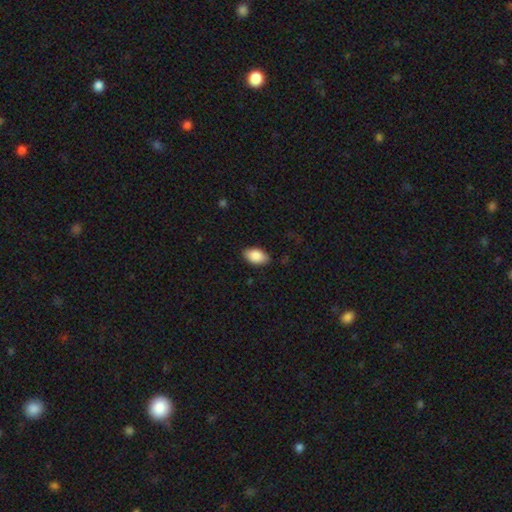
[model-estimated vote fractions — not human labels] Morphology: type=smooth (88%); roundness=in between (93%); merging=none (87%).